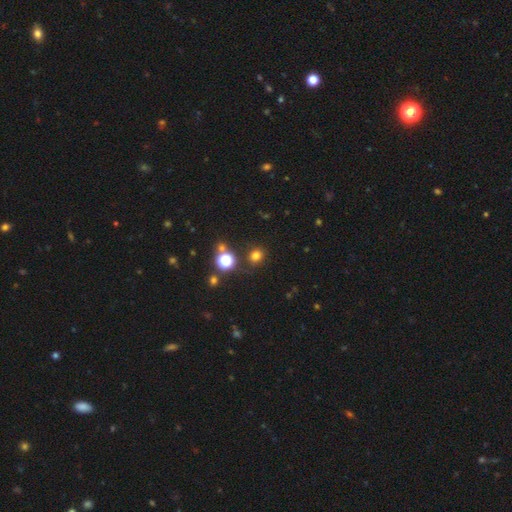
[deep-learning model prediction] Overall: smooth (73%). How rounded: round (83%). Merging: none (84%).